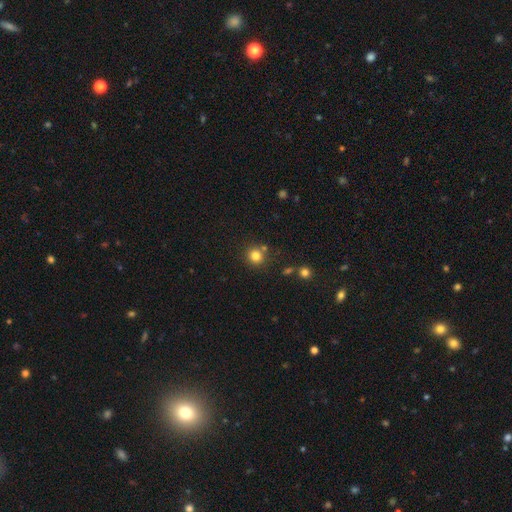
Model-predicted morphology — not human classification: type=smooth (81%); roundness=round (91%); merging=none (79%).